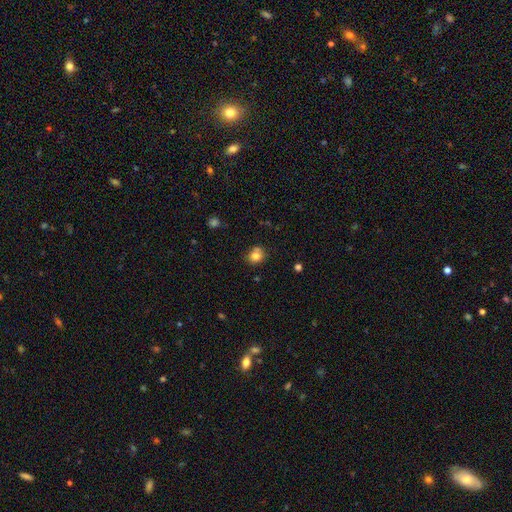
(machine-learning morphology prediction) Smooth or featured? smooth (80%)
How rounded? round (76%)
Merging? none (67%)